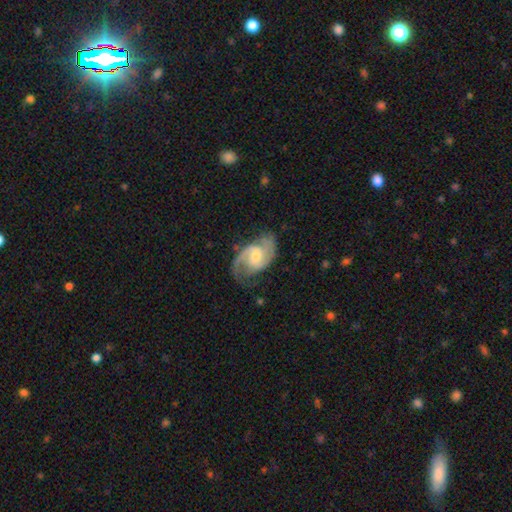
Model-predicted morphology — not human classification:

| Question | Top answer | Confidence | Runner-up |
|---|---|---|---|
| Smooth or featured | featured or disk | 88% | smooth (7%) |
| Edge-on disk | no | 97% | yes (3%) |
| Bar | weak | 50% | no (40%) |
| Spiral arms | yes | 97% | no (3%) |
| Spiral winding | medium | 56% | tight (23%) |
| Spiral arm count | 2 | 82% | 3 (7%) |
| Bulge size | small | 46% | moderate (43%) |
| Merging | none | 68% | minor disturbance (20%) |